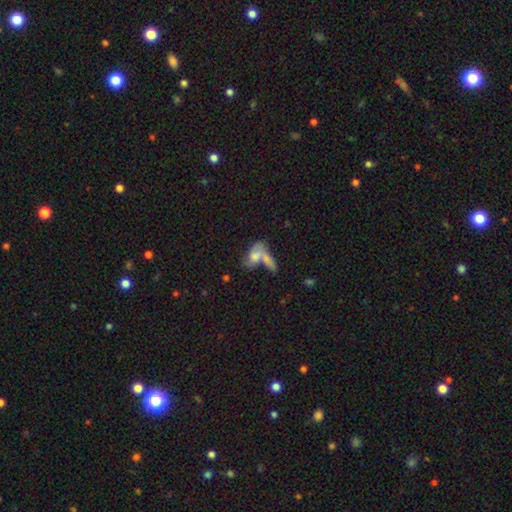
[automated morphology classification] smooth-or-featured: smooth: 60% | featured or disk: 30% | star or artifact: 10%
  how-rounded: in between: 77% | cigar-shaped: 15% | round: 9%
  merging: merger: 56% | none: 25% | minor disturbance: 10% | major disturbance: 9%